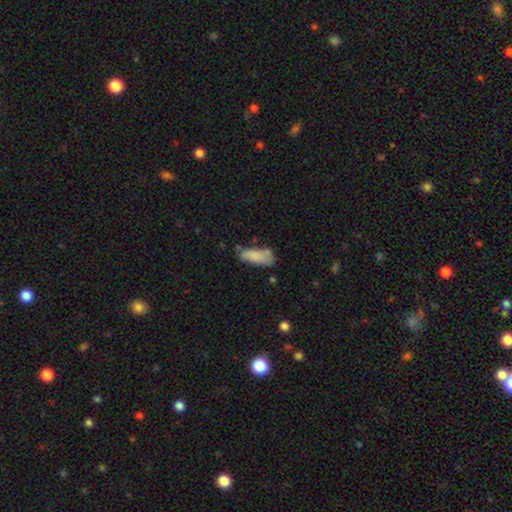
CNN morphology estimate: smooth-or-featured: smooth: 82% | featured or disk: 11% | star or artifact: 7%
  how-rounded: in between: 74% | cigar-shaped: 24% | round: 2%
  merging: none: 54% | minor disturbance: 28% | major disturbance: 10% | merger: 8%